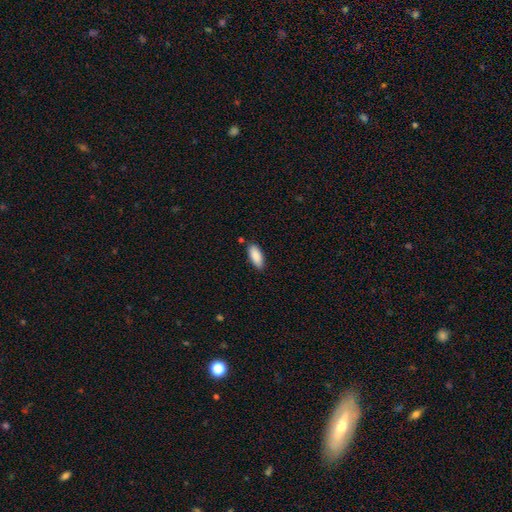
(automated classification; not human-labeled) A smooth galaxy with no disk features (89%) that is in between round and cigar-shaped (83%).

Vote fractions:
- Smooth or featured? smooth: 89% / star or artifact: 6% / featured or disk: 5%
- How rounded? in between: 83% / cigar-shaped: 15% / round: 2%
- Merging? none: 82% / minor disturbance: 13% / merger: 3% / major disturbance: 2%